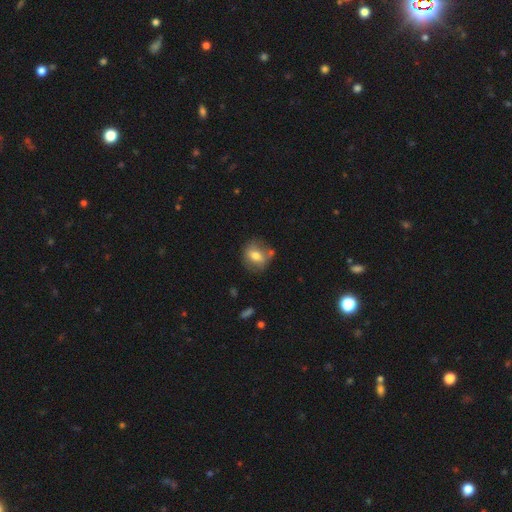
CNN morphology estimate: This appears to be a smooth galaxy with no disk features (64%) that is round (57%). Merging: none (64%).